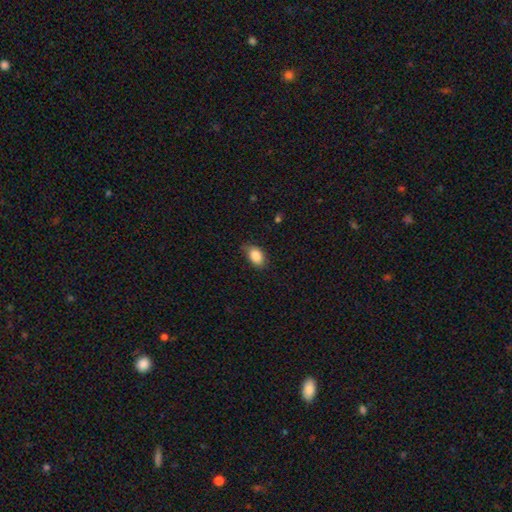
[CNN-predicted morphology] smooth 87%, star or artifact 8%, featured or disk 6%. Down the decision tree: how rounded — in between (86%); merging — none (70%).